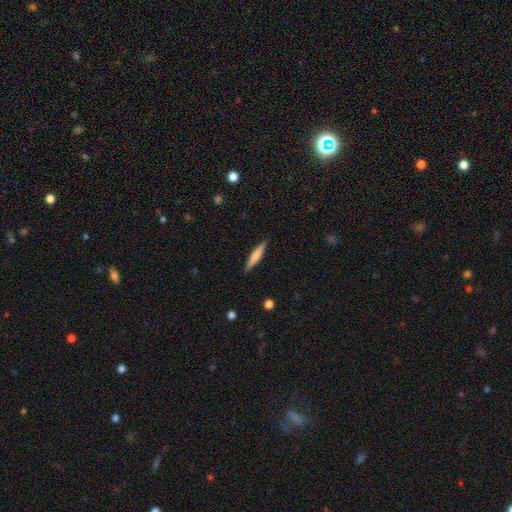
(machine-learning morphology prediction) smooth_or_featured: smooth (p=0.56) [alt: featured or disk p=0.39]
how_rounded: cigar-shaped (p=0.91) [alt: in between p=0.07]
merging: none (p=0.90) [alt: minor disturbance p=0.07]